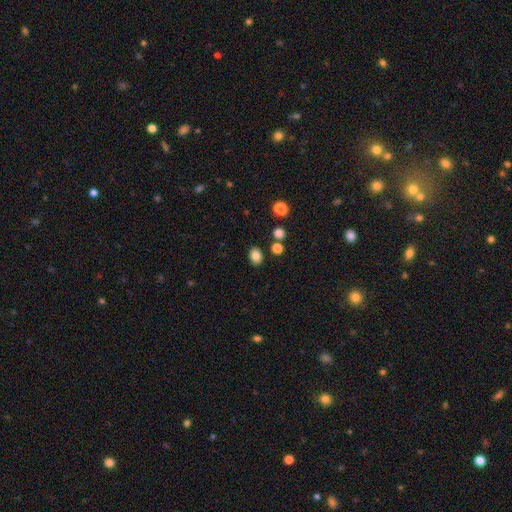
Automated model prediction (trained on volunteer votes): This is clearly a smooth galaxy (83%). How rounded: possibly in between (59%). Merging: clearly none (84%).